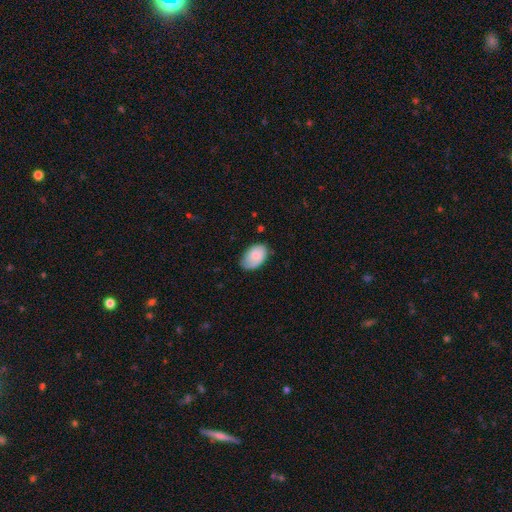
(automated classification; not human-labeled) smooth-or-featured: smooth: 74% | featured or disk: 19% | star or artifact: 7%
  how-rounded: in between: 90% | round: 9% | cigar-shaped: 1%
  merging: none: 63% | minor disturbance: 28% | major disturbance: 7% | merger: 2%